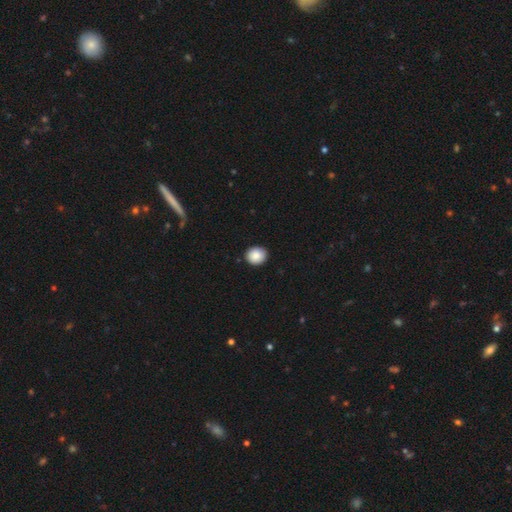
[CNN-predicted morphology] The model was most divided on "how rounded": round: 77%, in between: 22%, cigar-shaped: 1%. More confident: merging — none (90%); smooth or featured — smooth (88%).